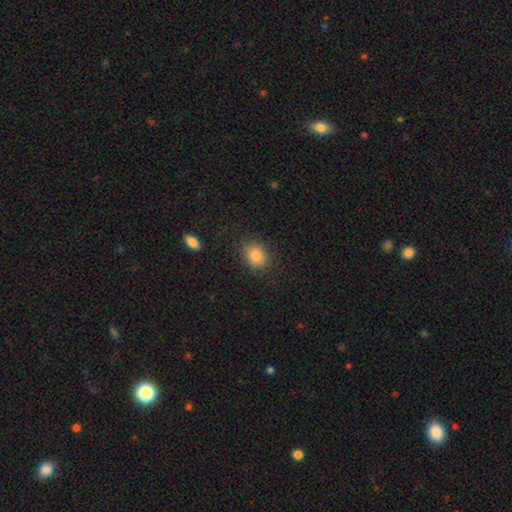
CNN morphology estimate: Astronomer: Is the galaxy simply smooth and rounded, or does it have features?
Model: smooth — 83%.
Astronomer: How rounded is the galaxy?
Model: round — 53% (runner-up: in between, 46%).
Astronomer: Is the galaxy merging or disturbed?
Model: none — 84%.